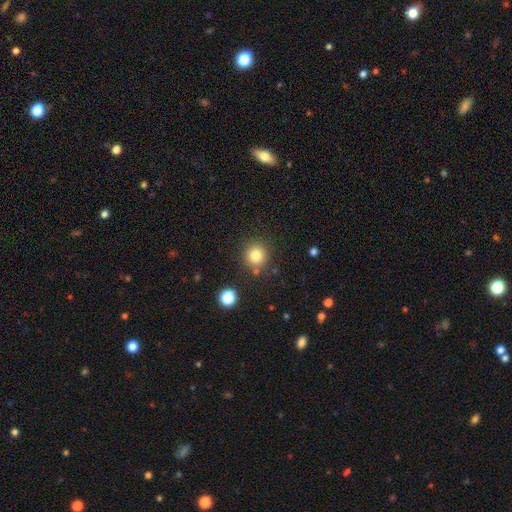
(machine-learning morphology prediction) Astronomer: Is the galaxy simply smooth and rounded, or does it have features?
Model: smooth — 81%.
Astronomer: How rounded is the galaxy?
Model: round — 93%.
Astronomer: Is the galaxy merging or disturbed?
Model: none — 85%.